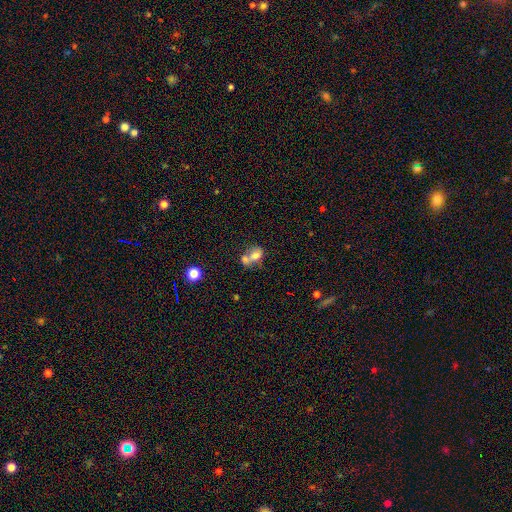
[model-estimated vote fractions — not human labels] smooth_or_featured: smooth (p=0.67) [alt: featured or disk p=0.23]
how_rounded: in between (p=0.61) [alt: round p=0.38]
merging: merger (p=0.63) [alt: none p=0.22]